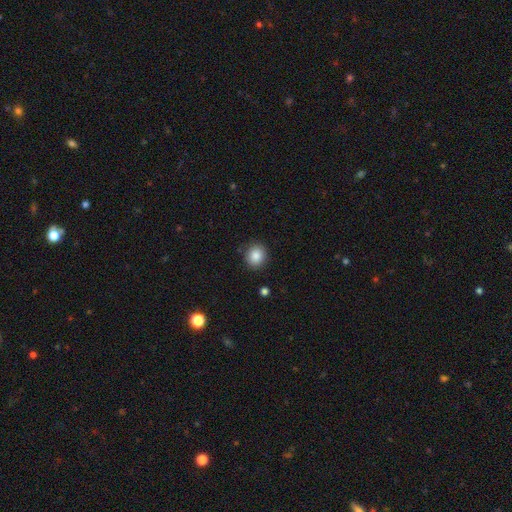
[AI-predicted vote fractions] A smooth galaxy with no disk features (86%) that is round (74%).

Vote fractions:
- Smooth or featured? smooth: 86% / star or artifact: 9% / featured or disk: 5%
- How rounded? round: 74% / in between: 25% / cigar-shaped: 1%
- Merging? none: 88% / minor disturbance: 8% / major disturbance: 2% / merger: 1%